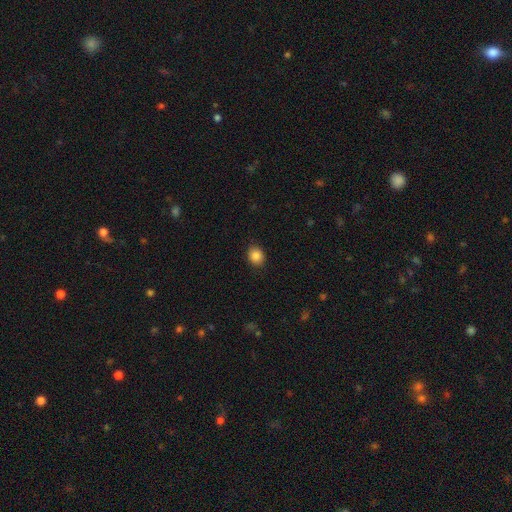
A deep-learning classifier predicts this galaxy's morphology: Overall: smooth (86%). How rounded: round (60%; in between 39%). Merging: none (88%).